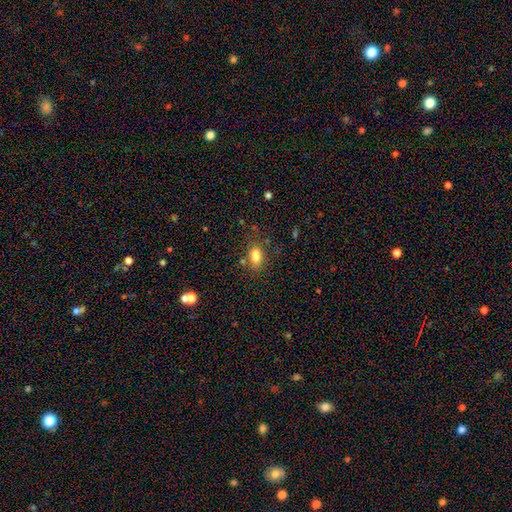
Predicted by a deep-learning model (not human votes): The model was most divided on "merging": none: 66%, minor disturbance: 17%, merger: 10%, major disturbance: 7%. More confident: how rounded — in between (85%); smooth or featured — smooth (80%).